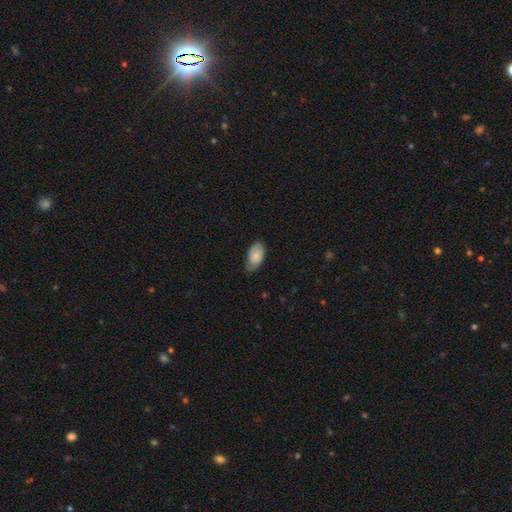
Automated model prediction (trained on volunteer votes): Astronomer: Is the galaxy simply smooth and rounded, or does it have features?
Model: smooth — 71%.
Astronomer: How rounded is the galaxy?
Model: in between — 94%.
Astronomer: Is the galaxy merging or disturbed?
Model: none — 58% (runner-up: minor disturbance, 34%).